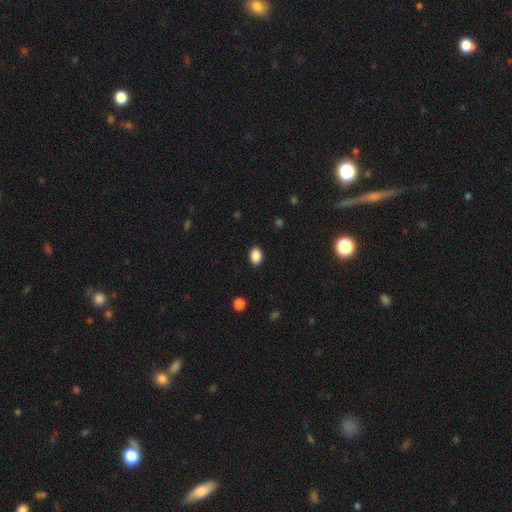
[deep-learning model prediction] Smooth or featured: smooth — 88% (star or artifact — 9%)
How rounded: in between — 76% (round — 22%)
Merging: none — 89% (minor disturbance — 8%)